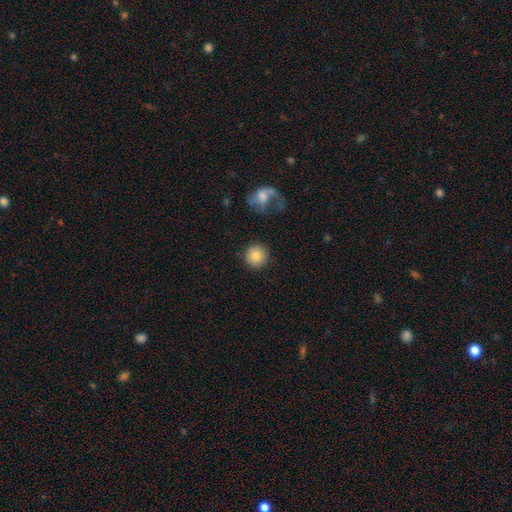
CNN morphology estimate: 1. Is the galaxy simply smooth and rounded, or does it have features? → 83% smooth, 9% featured or disk, 8% star or artifact.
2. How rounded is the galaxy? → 93% round, 6% in between, 1% cigar-shaped.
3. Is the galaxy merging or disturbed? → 88% none, 7% minor disturbance, 3% major disturbance, 2% merger.